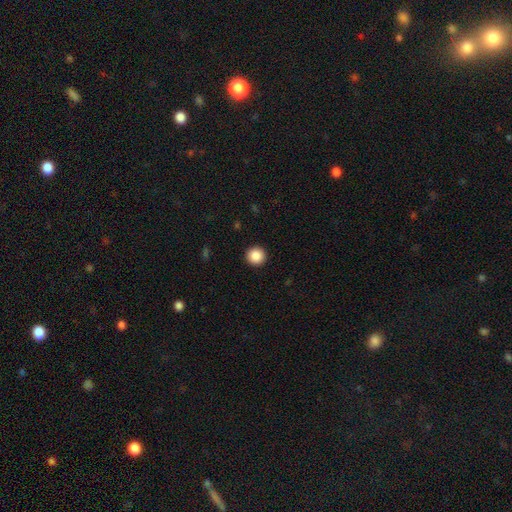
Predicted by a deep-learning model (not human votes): smooth-or-featured: smooth: 88% | star or artifact: 9% | featured or disk: 3%
  how-rounded: round: 96% | in between: 3% | cigar-shaped: 1%
  merging: none: 93% | minor disturbance: 4% | major disturbance: 2% | merger: 1%